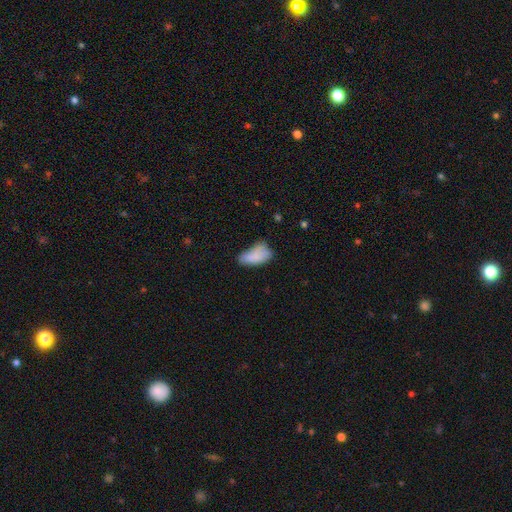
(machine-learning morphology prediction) Smooth or featured: smooth — 81% (featured or disk — 10%)
How rounded: in between — 92% (cigar-shaped — 5%)
Merging: minor disturbance — 40% (none — 37%)